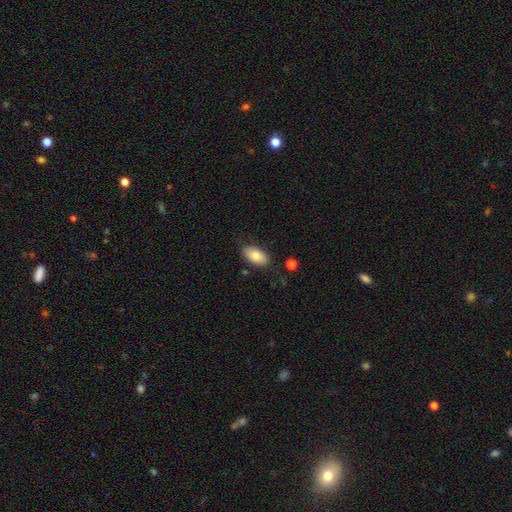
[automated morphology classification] Smooth or featured? Predicted: smooth (p=0.83). How rounded? Predicted: in between (p=0.94). Merging? Predicted: none (p=0.82).